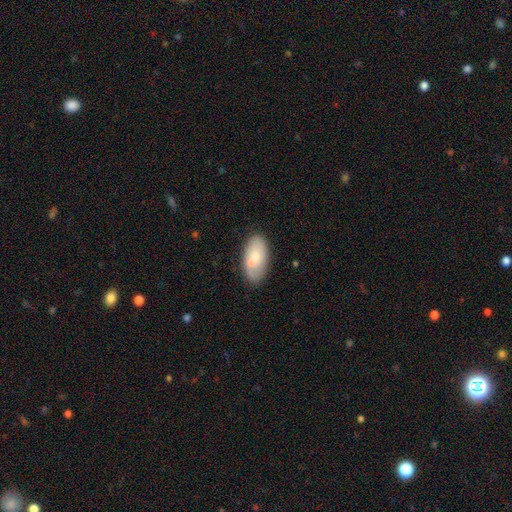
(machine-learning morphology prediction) smooth 69%, featured or disk 24%, star or artifact 7%. Down the decision tree: how rounded — in between (94%); merging — none (68%).